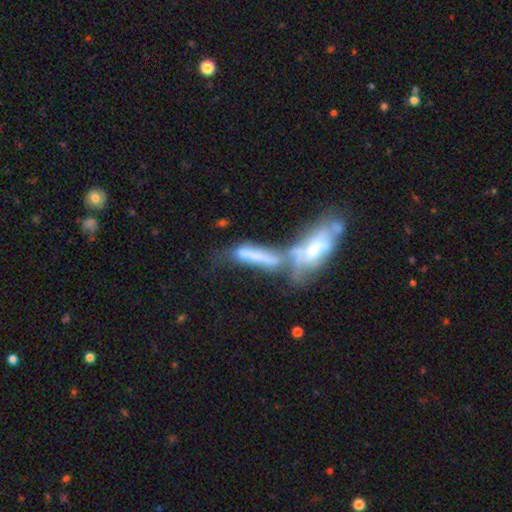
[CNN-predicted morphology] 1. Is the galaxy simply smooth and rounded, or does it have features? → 53% smooth, 38% featured or disk, 9% star or artifact.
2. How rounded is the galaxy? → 63% cigar-shaped, 34% in between, 3% round.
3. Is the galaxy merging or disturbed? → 65% merger, 15% none, 11% major disturbance, 9% minor disturbance.